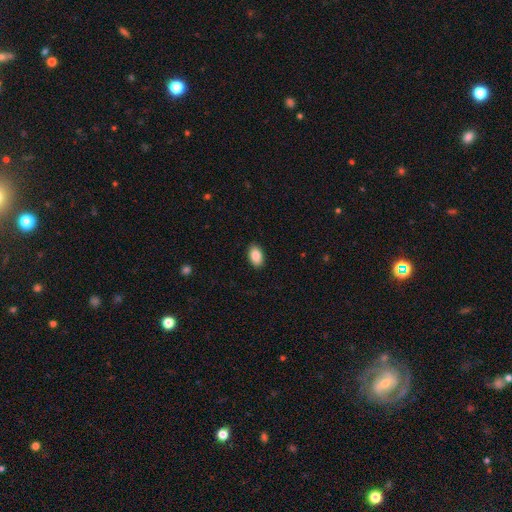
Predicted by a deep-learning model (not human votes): Smooth or featured? smooth (89%)
How rounded? in between (92%)
Merging? none (89%)